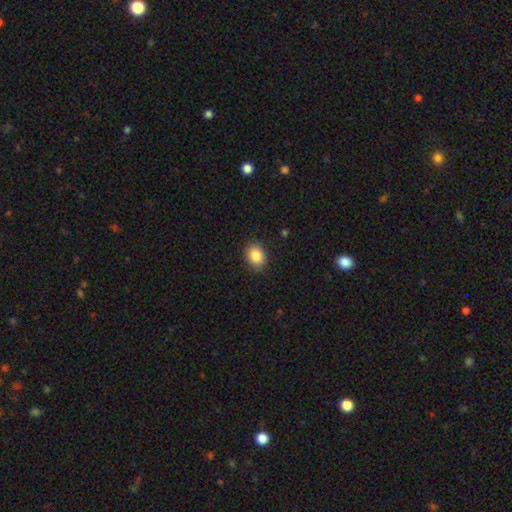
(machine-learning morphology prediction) Overall: smooth (86%). How rounded: in between (51%; round 48%). Merging: none (87%).